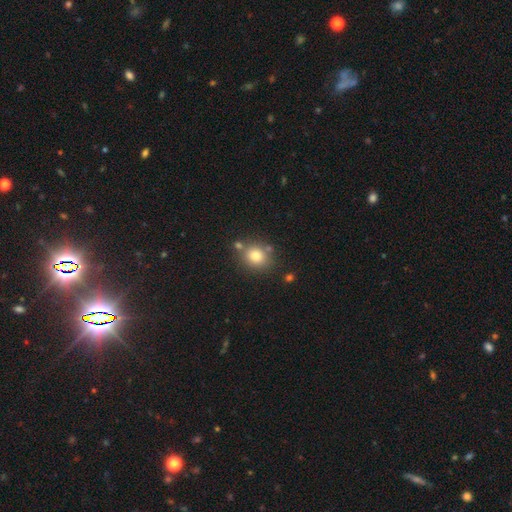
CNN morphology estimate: A smooth galaxy with no disk features (79%) that is round (73%).

Vote fractions:
- Smooth or featured? smooth: 79% / star or artifact: 12% / featured or disk: 10%
- How rounded? round: 73% / in between: 26% / cigar-shaped: 1%
- Merging? none: 72% / merger: 12% / minor disturbance: 12% / major disturbance: 4%